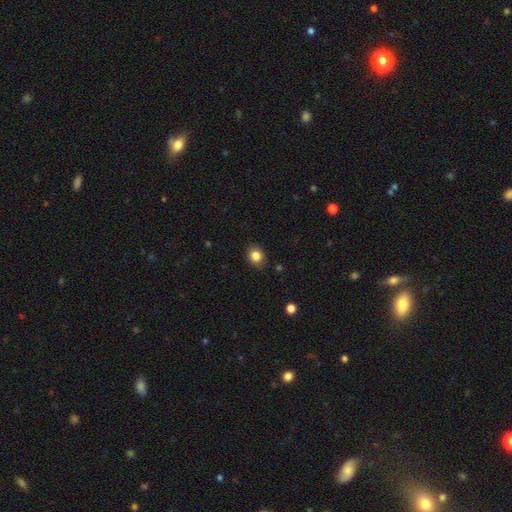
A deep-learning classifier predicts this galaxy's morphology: Q: Smooth or featured?
A: smooth (84%); runner-up: star or artifact (10%)
Q: How rounded?
A: round (68%); runner-up: in between (32%)
Q: Merging?
A: none (86%); runner-up: minor disturbance (11%)